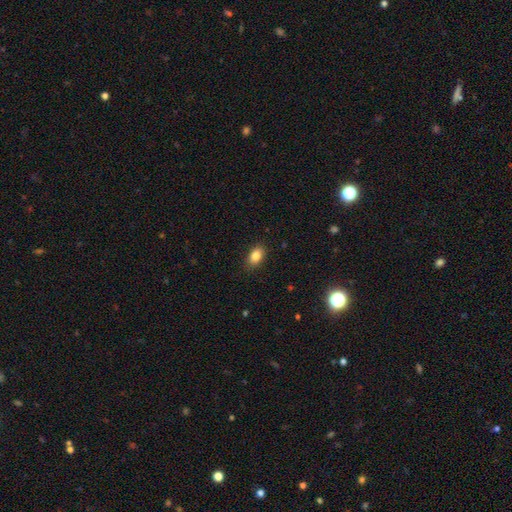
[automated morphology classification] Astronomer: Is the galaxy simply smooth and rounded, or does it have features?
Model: smooth — 85%.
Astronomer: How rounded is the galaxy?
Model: in between — 87%.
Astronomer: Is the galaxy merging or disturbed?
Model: none — 87%.